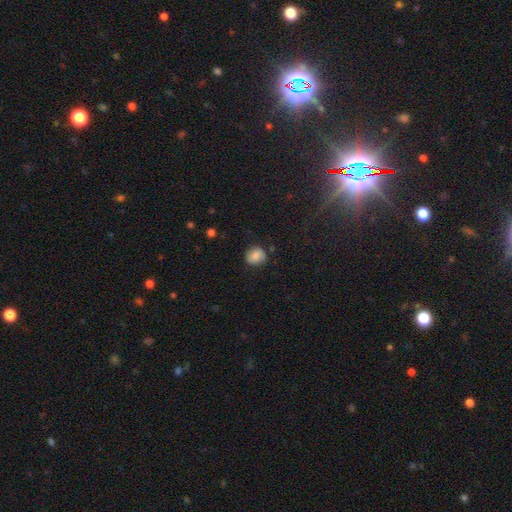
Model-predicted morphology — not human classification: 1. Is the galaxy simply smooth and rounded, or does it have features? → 75% smooth, 16% featured or disk, 9% star or artifact.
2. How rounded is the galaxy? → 80% round, 19% in between, 1% cigar-shaped.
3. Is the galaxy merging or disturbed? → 75% none, 19% minor disturbance, 4% major disturbance, 2% merger.